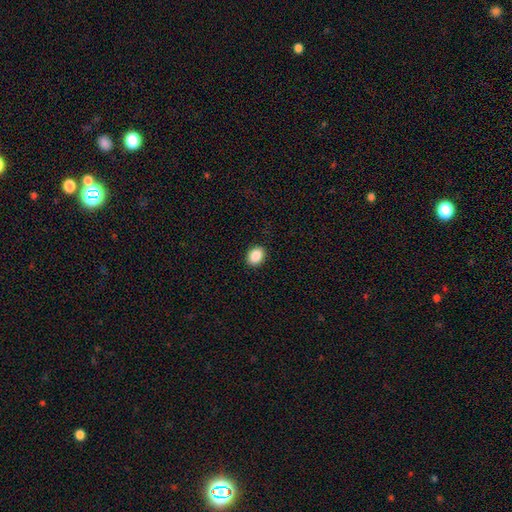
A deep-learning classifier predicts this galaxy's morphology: Smooth or featured: smooth — 89% (star or artifact — 8%)
How rounded: in between — 62% (round — 37%)
Merging: none — 90% (minor disturbance — 7%)